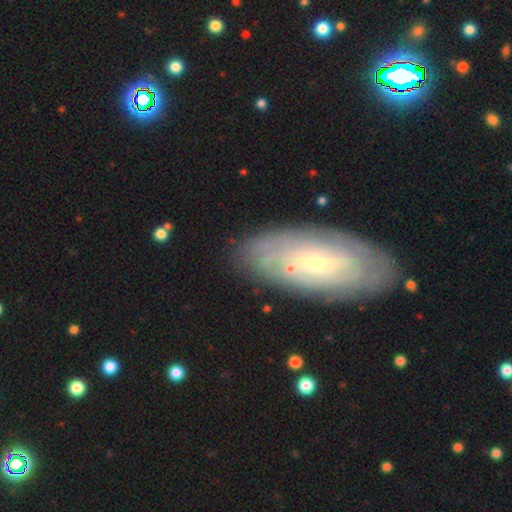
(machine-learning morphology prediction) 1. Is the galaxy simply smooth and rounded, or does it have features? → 66% featured or disk, 25% smooth, 10% star or artifact.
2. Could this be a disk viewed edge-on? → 90% no, 10% yes.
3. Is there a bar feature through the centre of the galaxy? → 66% no, 27% weak, 7% strong.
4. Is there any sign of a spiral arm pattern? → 74% yes, 26% no.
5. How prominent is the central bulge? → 73% small, 22% moderate, 2% none, 2% large, 1% dominant.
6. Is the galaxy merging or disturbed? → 76% none, 15% minor disturbance, 6% major disturbance, 3% merger.